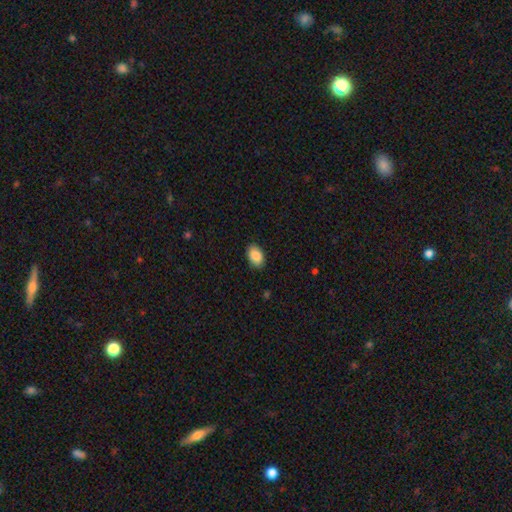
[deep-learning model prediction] Smooth or featured? smooth (88%)
How rounded? in between (90%)
Merging? none (87%)